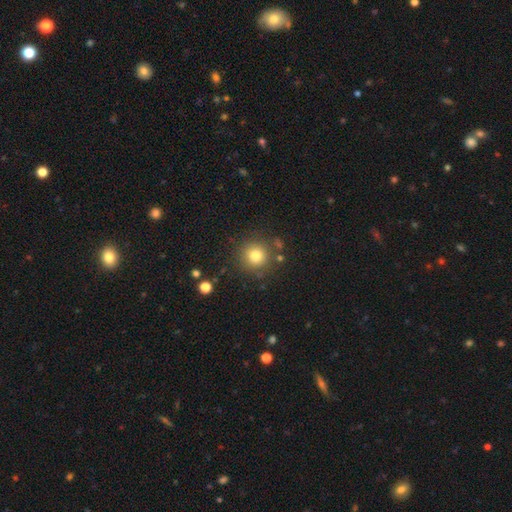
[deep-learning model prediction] A smooth galaxy with no disk features (79%) that is round (94%).

Vote fractions:
- Smooth or featured? smooth: 79% / star or artifact: 13% / featured or disk: 8%
- How rounded? round: 94% / in between: 5% / cigar-shaped: 1%
- Merging? none: 84% / minor disturbance: 9% / merger: 4% / major disturbance: 3%